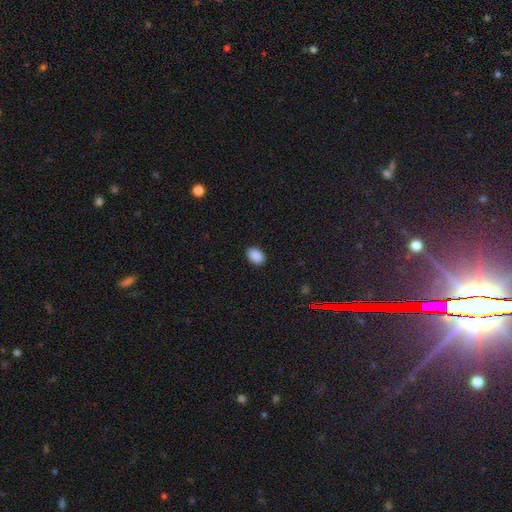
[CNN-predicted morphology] Overall: smooth (90%). How rounded: in between (85%). Merging: none (90%).